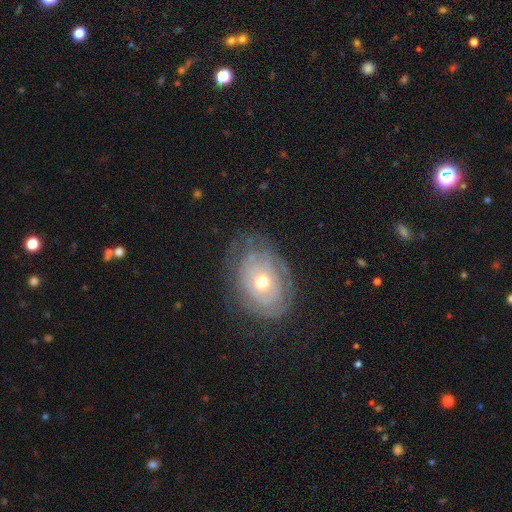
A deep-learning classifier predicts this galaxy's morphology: Smooth or featured: featured or disk — 73% (smooth — 18%)
Edge-on disk: no — 95% (yes — 5%)
Bar: no — 84% (weak — 12%)
Spiral arms: yes — 74% (no — 26%)
Spiral winding: tight — 78% (medium — 16%)
Spiral arm count: can't tell — 59% (2 — 15%)
Bulge size: moderate — 63% (small — 31%)
Merging: none — 72% (minor disturbance — 18%)